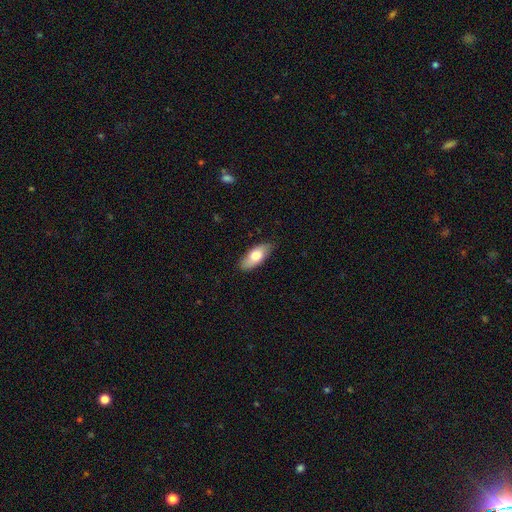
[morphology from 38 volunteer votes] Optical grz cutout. It shows a smooth galaxy with no disk features (68%) that is in between round and cigar-shaped (85%). Merging: none (94%).